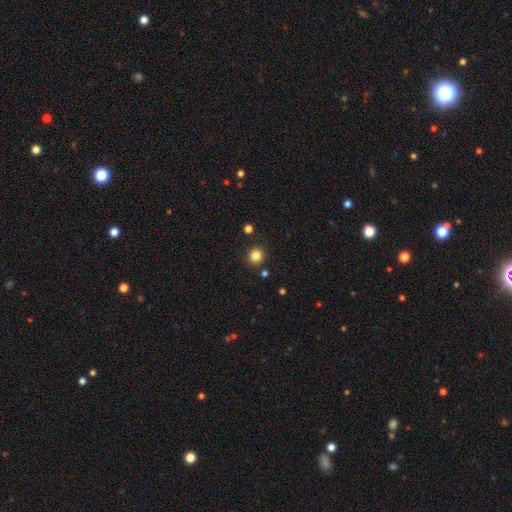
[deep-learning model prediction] Smooth or featured?
  - smooth: 84% *
  - star or artifact: 12%
  - featured or disk: 4%
How rounded?
  - round: 93% *
  - in between: 6%
  - cigar-shaped: 1%
Merging?
  - none: 89% *
  - minor disturbance: 6%
  - merger: 3%
  - major disturbance: 2%